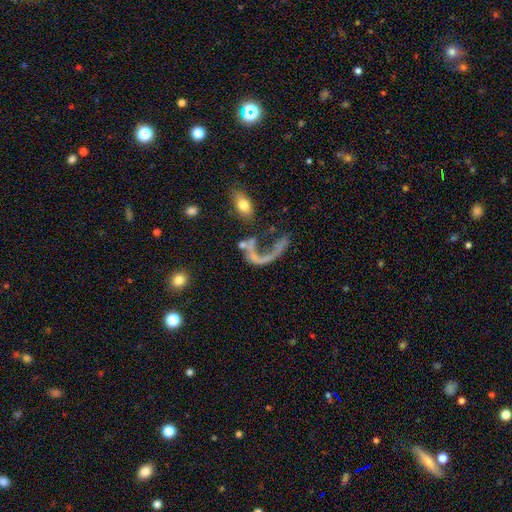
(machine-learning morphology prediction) Smooth or featured? Predicted: featured or disk (p=0.59). Edge-on disk? Predicted: no (p=0.92). Bar? Predicted: no (p=0.76). Spiral arms? Predicted: no (p=0.53). Bulge size? Predicted: none (p=0.49). Merging? Predicted: major disturbance (p=0.47).